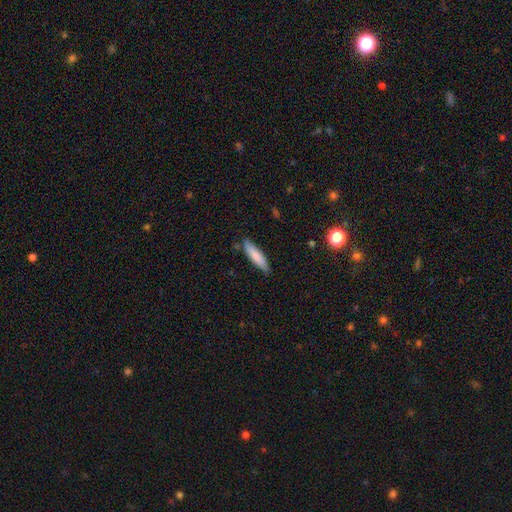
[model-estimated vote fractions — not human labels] Smooth or featured? smooth (81%)
How rounded? cigar-shaped (74%)
Merging? none (82%)